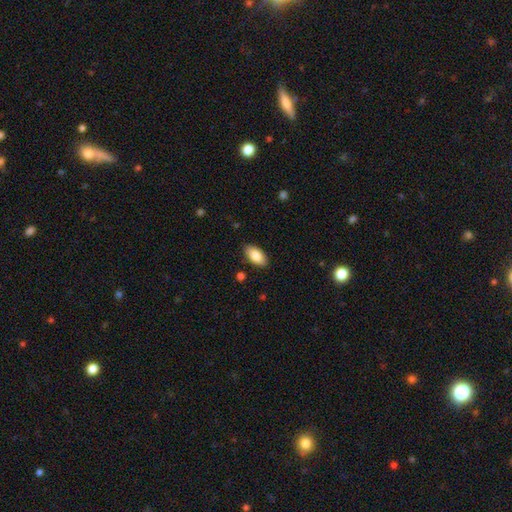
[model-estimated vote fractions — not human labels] Smooth or featured? Predicted: smooth (p=0.85). How rounded? Predicted: in between (p=0.93). Merging? Predicted: none (p=0.87).